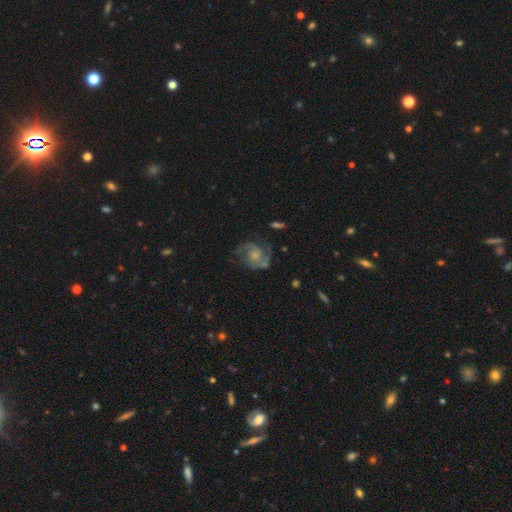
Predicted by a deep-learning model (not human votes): Smooth or featured: featured or disk — 84% (smooth — 9%)
Edge-on disk: no — 98% (yes — 2%)
Bar: no — 68% (weak — 28%)
Spiral arms: yes — 96% (no — 4%)
Spiral winding: medium — 53% (tight — 25%)
Spiral arm count: 2 — 84% (can't tell — 6%)
Bulge size: small — 43% (moderate — 40%)
Merging: none — 68% (minor disturbance — 19%)